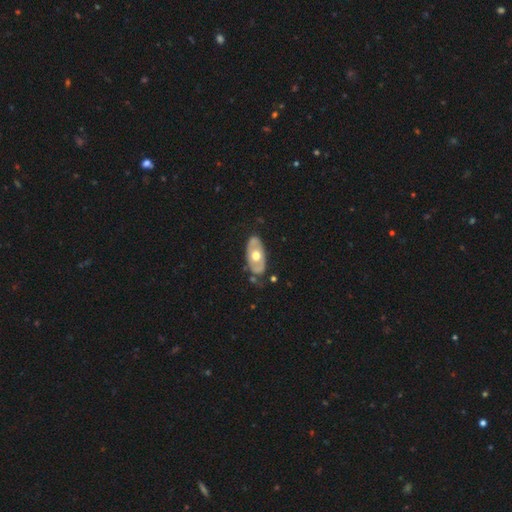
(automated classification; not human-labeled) Overall: featured or disk (56%; smooth 40%). Edge-on disk: no (85%). Merging: none (75%).